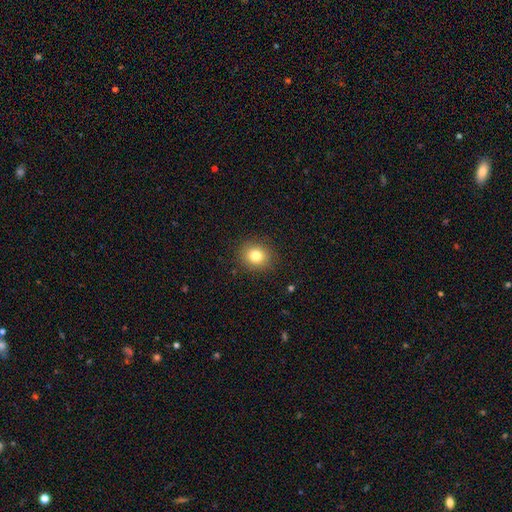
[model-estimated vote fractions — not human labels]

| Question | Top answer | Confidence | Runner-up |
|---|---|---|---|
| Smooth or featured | smooth | 80% | star or artifact (12%) |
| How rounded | round | 79% | in between (20%) |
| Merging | none | 89% | minor disturbance (7%) |